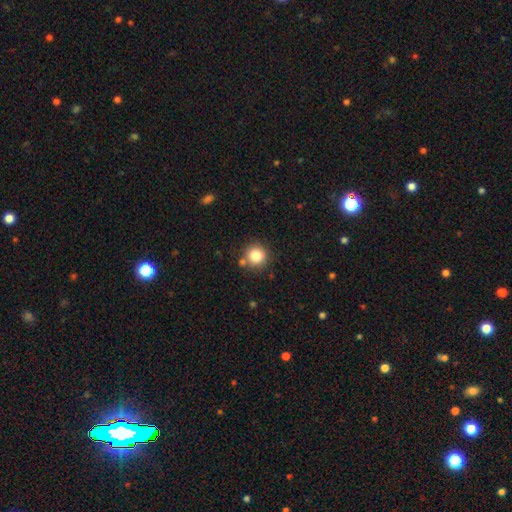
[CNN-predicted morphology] A smooth galaxy with no disk features (84%) that is round (93%). Merging: none (80%).